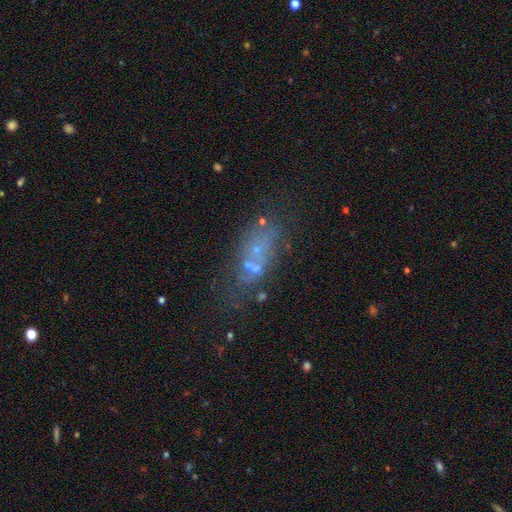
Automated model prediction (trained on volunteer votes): Overall: featured or disk (42%; smooth 33%). Merging: none (44%; merger 22%).